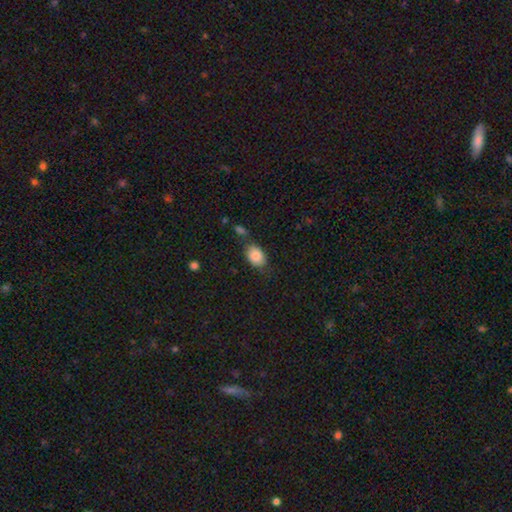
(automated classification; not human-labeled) A smooth galaxy with no disk features (86%) that is in between round and cigar-shaped (83%). Merging: none (66%).